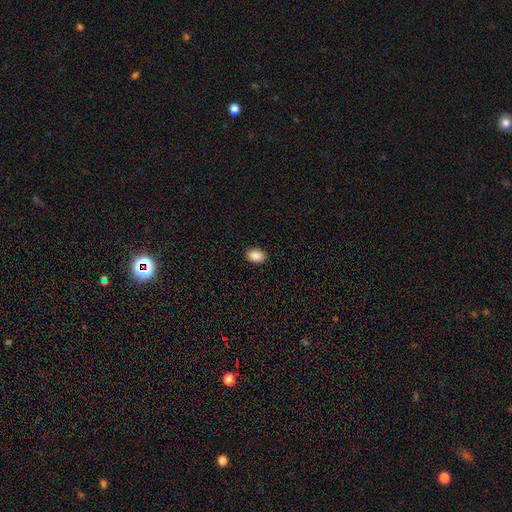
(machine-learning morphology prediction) Smooth or featured? smooth (89%)
How rounded? in between (75%)
Merging? none (91%)